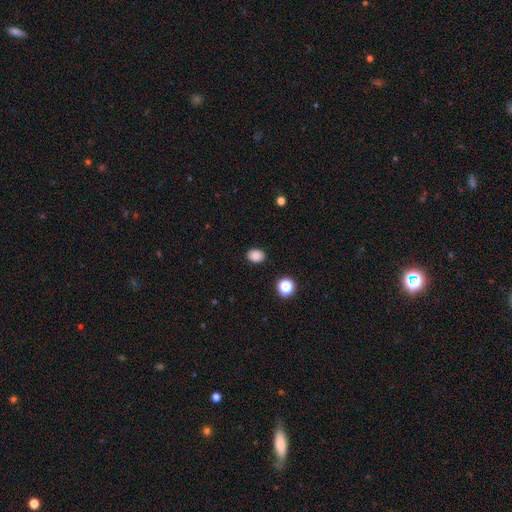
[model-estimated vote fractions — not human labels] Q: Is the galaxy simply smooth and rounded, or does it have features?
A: smooth — 86%.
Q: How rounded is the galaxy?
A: in between — 60%.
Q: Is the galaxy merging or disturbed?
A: none — 89%.